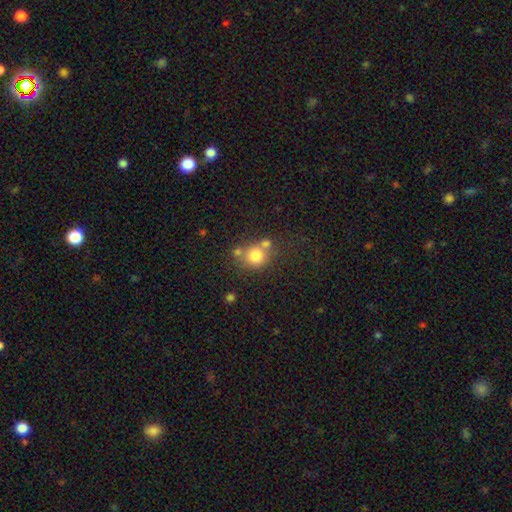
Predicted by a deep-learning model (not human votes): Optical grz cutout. It shows a smooth galaxy with no disk features (76%) that is round (84%). Merging: none (53%).